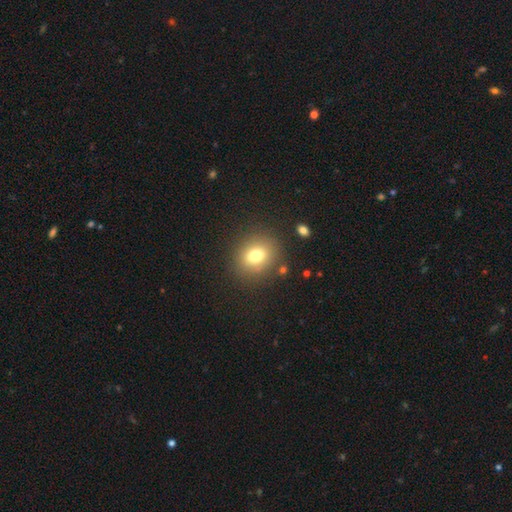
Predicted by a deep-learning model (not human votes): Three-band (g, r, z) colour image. It shows a smooth galaxy with no disk features (76%) that is round (56%). Merging: none (83%).